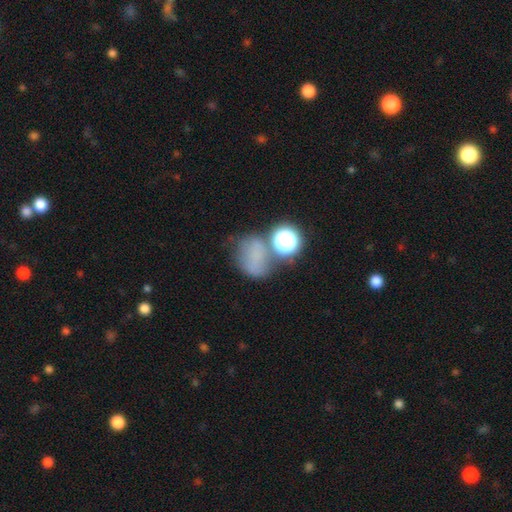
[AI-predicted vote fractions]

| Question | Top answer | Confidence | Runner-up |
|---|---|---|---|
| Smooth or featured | smooth | 55% | star or artifact (28%) |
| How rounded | in between | 51% | round (48%) |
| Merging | none | 42% | minor disturbance (22%) |